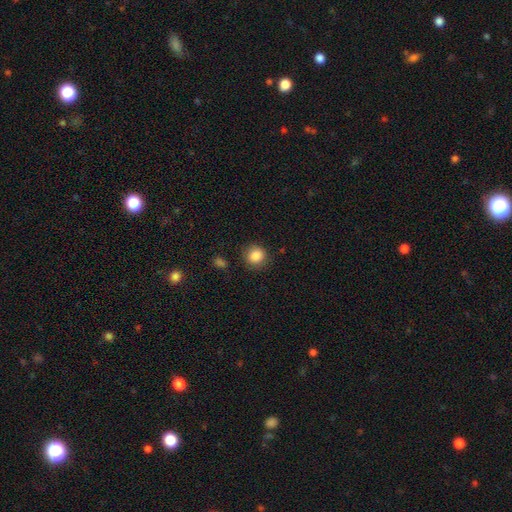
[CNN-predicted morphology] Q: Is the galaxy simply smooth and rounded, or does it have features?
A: smooth — 86%.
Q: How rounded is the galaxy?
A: round — 86%.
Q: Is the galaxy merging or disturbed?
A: none — 83%.